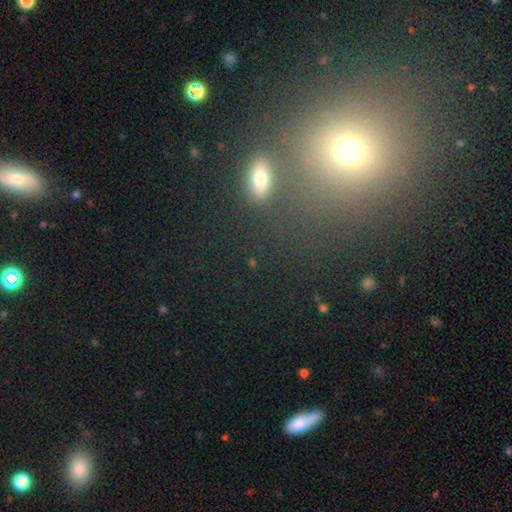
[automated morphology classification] Smooth or featured: smooth — 45% (star or artifact — 42%)
Merging: none — 72% (merger — 14%)